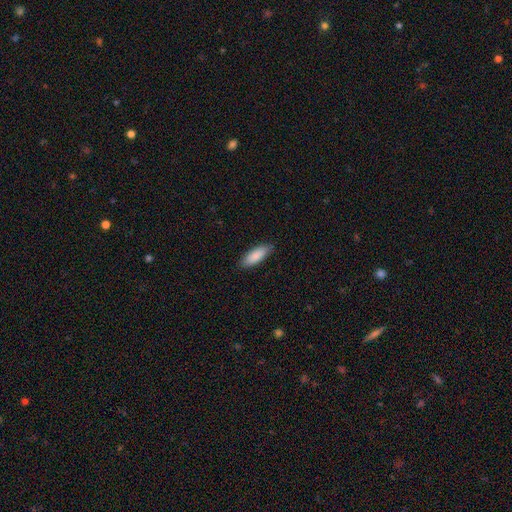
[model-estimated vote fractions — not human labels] A smooth galaxy with no disk features (88%) that is in between round and cigar-shaped (65%). Merging: none (87%).